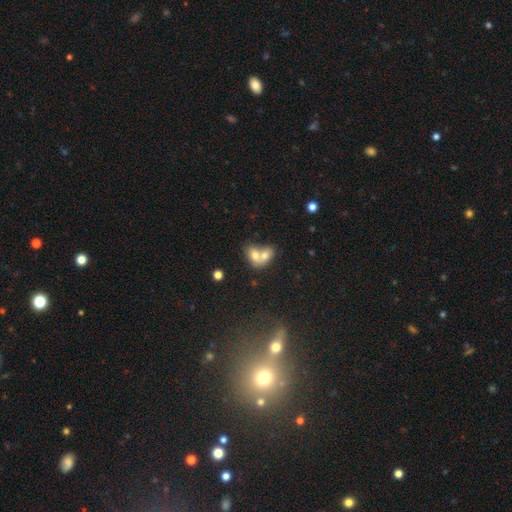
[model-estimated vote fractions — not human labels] smooth_or_featured: smooth (p=0.68) [alt: featured or disk p=0.23]
how_rounded: in between (p=0.71) [alt: round p=0.27]
merging: merger (p=0.77) [alt: none p=0.14]